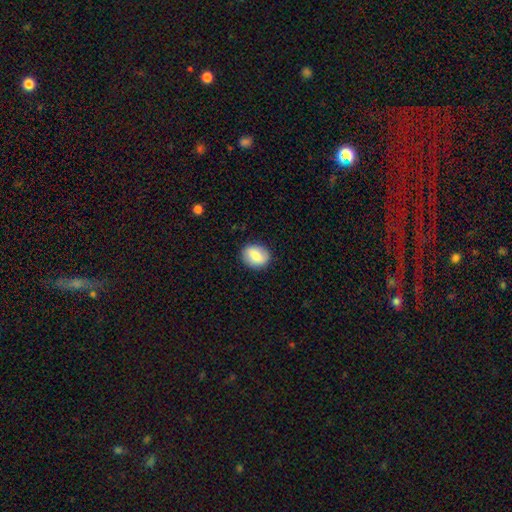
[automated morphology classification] smooth-or-featured: smooth: 79% | featured or disk: 14% | star or artifact: 7%
  how-rounded: in between: 50% | round: 49% | cigar-shaped: 1%
  merging: none: 87% | minor disturbance: 10% | major disturbance: 2% | merger: 1%